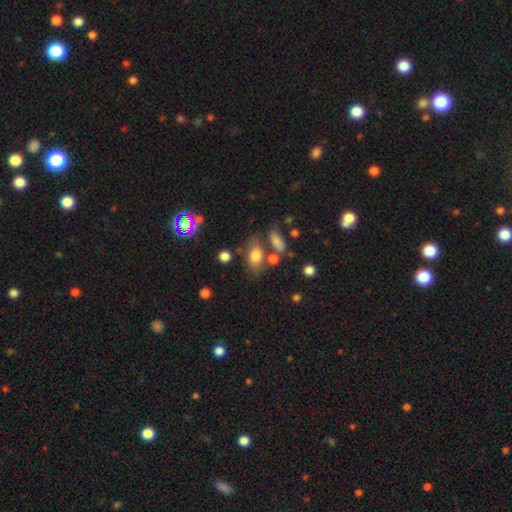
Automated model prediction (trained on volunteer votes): A smooth galaxy with no disk features (75%) that is in between round and cigar-shaped (82%).

Vote fractions:
- Smooth or featured? smooth: 75% / featured or disk: 13% / star or artifact: 12%
- How rounded? in between: 82% / round: 15% / cigar-shaped: 4%
- Merging? none: 57% / merger: 19% / minor disturbance: 16% / major disturbance: 7%